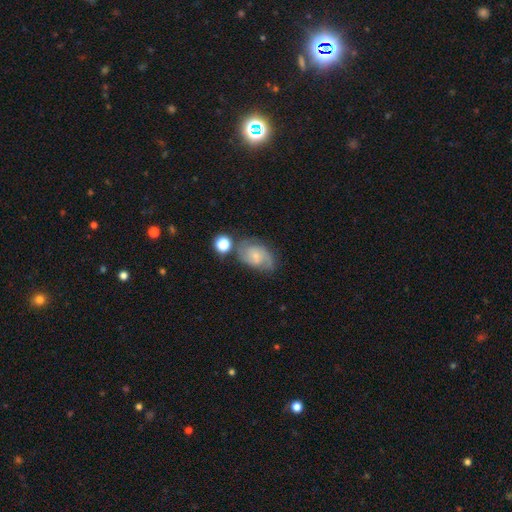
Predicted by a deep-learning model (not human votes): Smooth or featured? Predicted: featured or disk (p=0.67). Edge-on disk? Predicted: no (p=0.97). Bar? Predicted: no (p=0.65). Spiral arms? Predicted: yes (p=0.92). Spiral winding? Predicted: medium (p=0.46). Spiral arm count? Predicted: 2 (p=0.67). Bulge size? Predicted: small (p=0.64). Merging? Predicted: none (p=0.60).